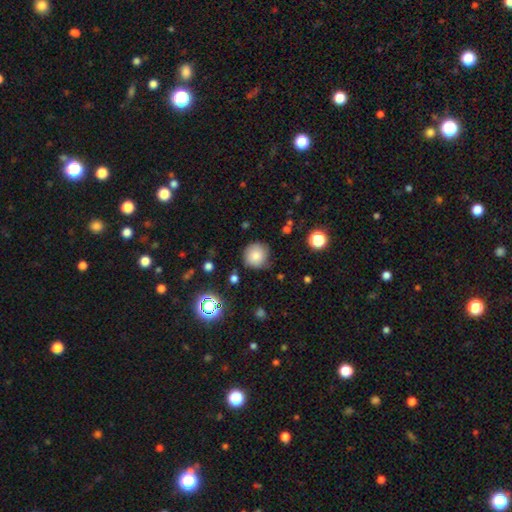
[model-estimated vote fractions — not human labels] smooth_or_featured: smooth (p=0.79) [alt: star or artifact p=0.12]
how_rounded: round (p=0.93) [alt: in between p=0.06]
merging: none (p=0.78) [alt: minor disturbance p=0.16]